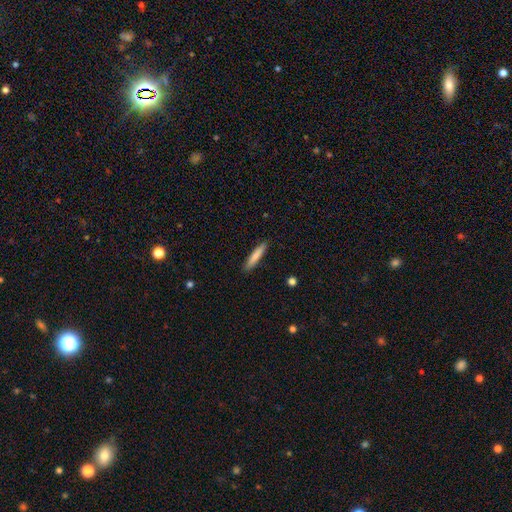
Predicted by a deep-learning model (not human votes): A smooth galaxy with no disk features (80%) that is cigar-shaped (90%).

Vote fractions:
- Smooth or featured? smooth: 80% / featured or disk: 14% / star or artifact: 6%
- How rounded? cigar-shaped: 90% / in between: 9% / round: 1%
- Merging? none: 89% / minor disturbance: 8% / major disturbance: 2% / merger: 1%